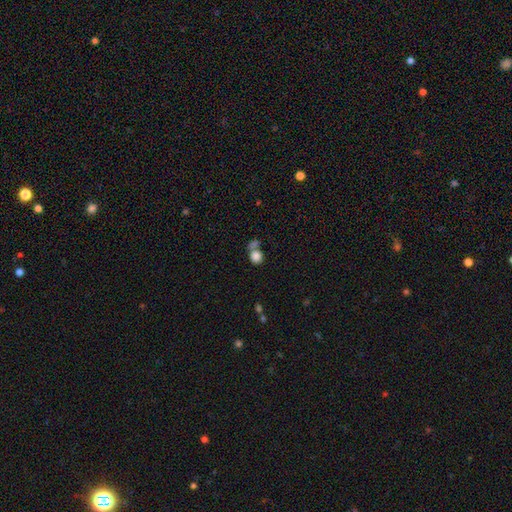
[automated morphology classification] The model was most divided on "merging": none: 43%, merger: 40%, minor disturbance: 11%, major disturbance: 7%. More confident: smooth or featured — smooth (84%); how rounded — round (77%).